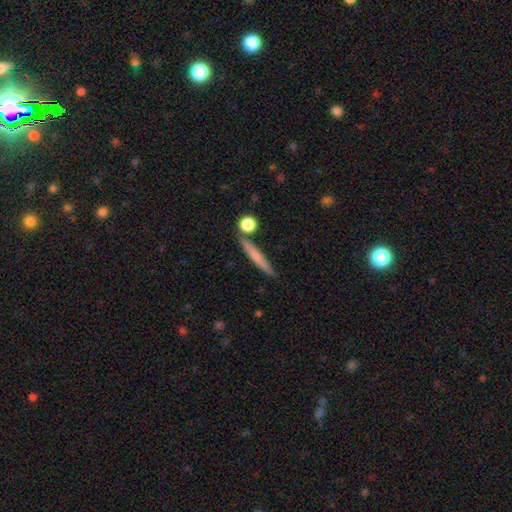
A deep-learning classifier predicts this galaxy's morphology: This is likely a smooth galaxy (65%). How rounded: clearly cigar-shaped (93%). Merging: clearly none (83%).